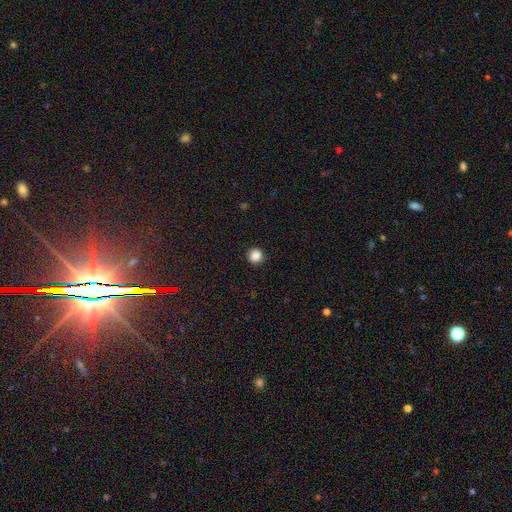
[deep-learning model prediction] This appears to be a smooth galaxy with no disk features (87%) that is round (94%). Merging: none (91%).